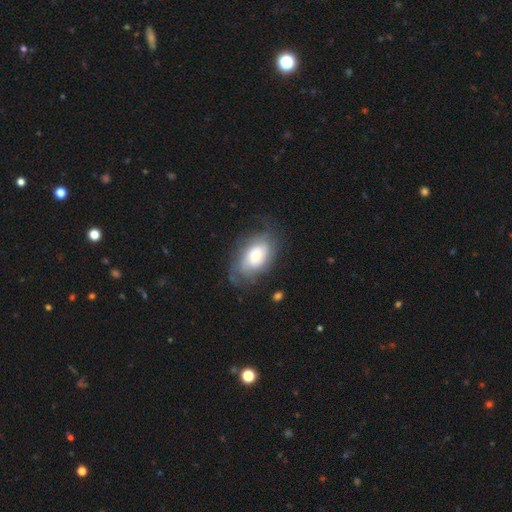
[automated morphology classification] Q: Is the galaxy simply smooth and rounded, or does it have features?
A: featured or disk — 49%.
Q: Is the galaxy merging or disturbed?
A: none — 59%.